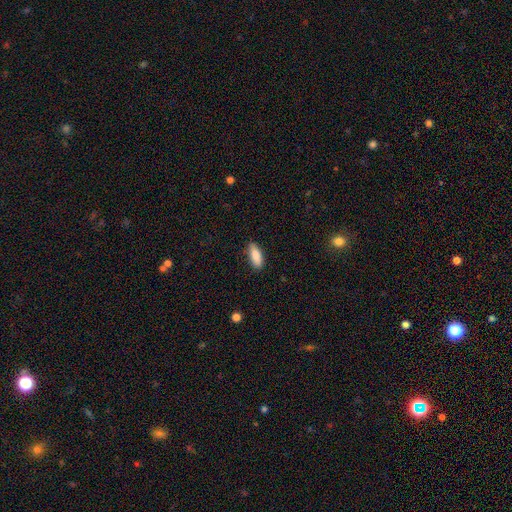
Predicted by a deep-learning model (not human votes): The model was most divided on "how rounded": in between: 74%, cigar-shaped: 23%, round: 2%. More confident: smooth or featured — smooth (87%); merging — none (83%).